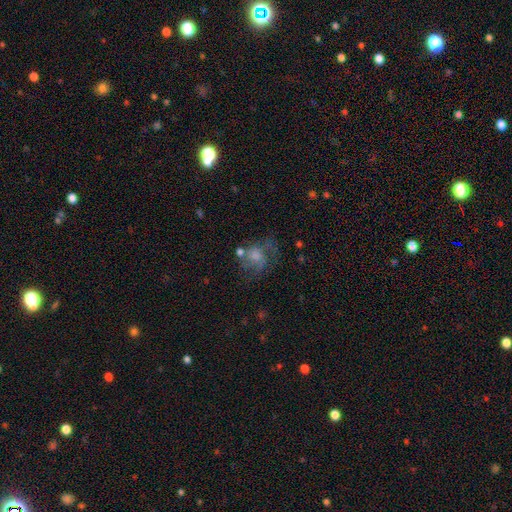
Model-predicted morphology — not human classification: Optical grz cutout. It shows a featured or disk galaxy (49%). Merging: none (43%).